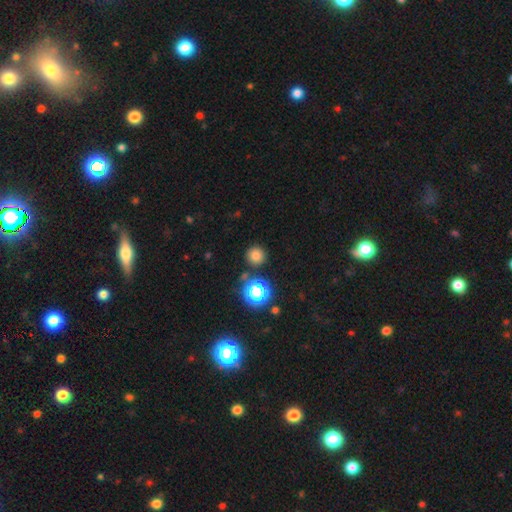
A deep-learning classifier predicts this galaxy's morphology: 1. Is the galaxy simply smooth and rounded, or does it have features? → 76% smooth, 19% star or artifact, 5% featured or disk.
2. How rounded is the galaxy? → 94% round, 5% in between, 1% cigar-shaped.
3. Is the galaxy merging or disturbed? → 86% none, 7% minor disturbance, 5% merger, 3% major disturbance.